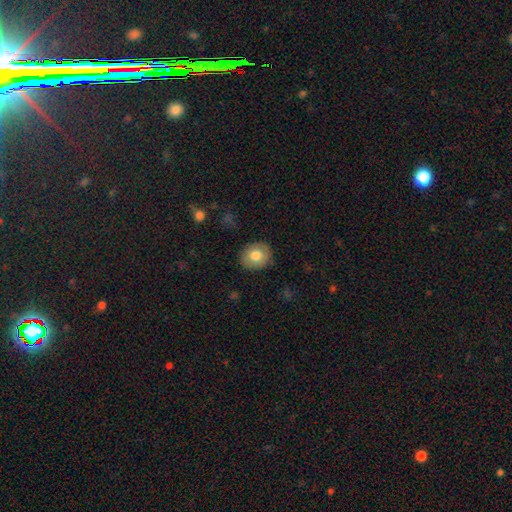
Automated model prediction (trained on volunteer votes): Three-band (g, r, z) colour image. It shows a smooth galaxy with no disk features (76%) that is round (62%). Merging: none (88%).